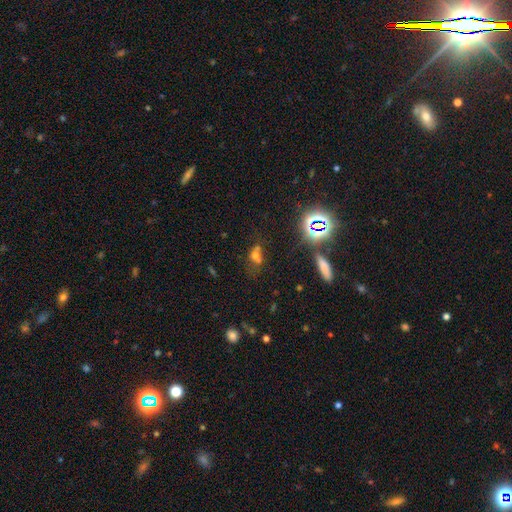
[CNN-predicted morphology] smooth-or-featured: smooth: 51% | star or artifact: 32% | featured or disk: 17%
  how-rounded: in between: 63% | round: 29% | cigar-shaped: 8%
  merging: none: 41% | merger: 28% | minor disturbance: 17% | major disturbance: 13%